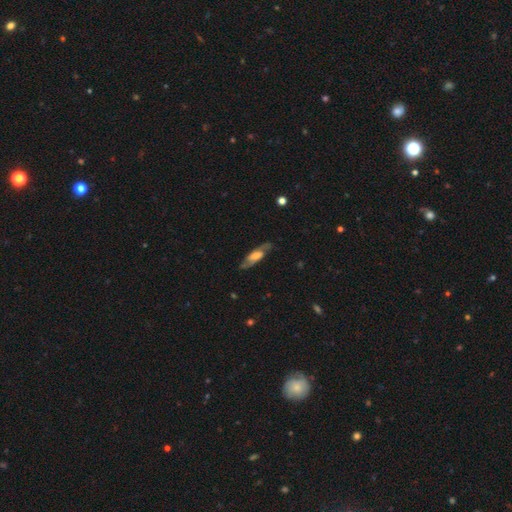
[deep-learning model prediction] featured or disk 66%, smooth 28%, star or artifact 6%. Down the decision tree: edge-on disk — no (71%); merging — none (77%).